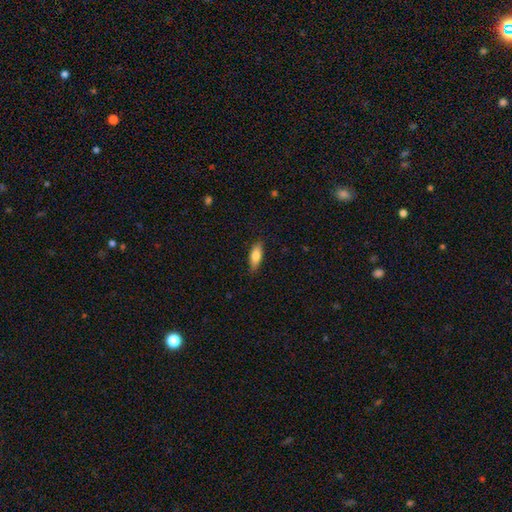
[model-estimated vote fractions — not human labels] A smooth galaxy with no disk features (79%) that is in between round and cigar-shaped (68%). Merging: none (82%).